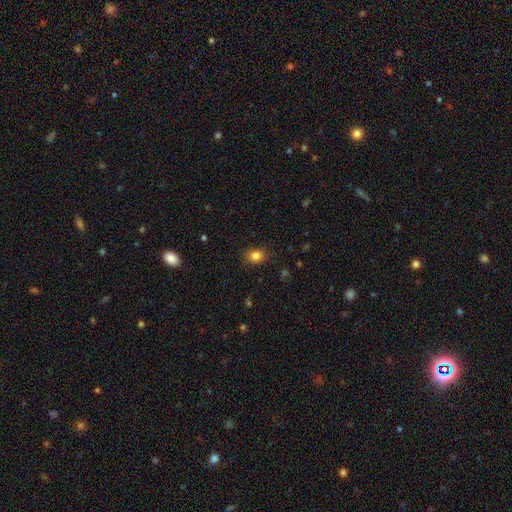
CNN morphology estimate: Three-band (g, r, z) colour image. It shows a smooth galaxy with no disk features (83%) that is in between round and cigar-shaped (57%). Merging: none (84%).